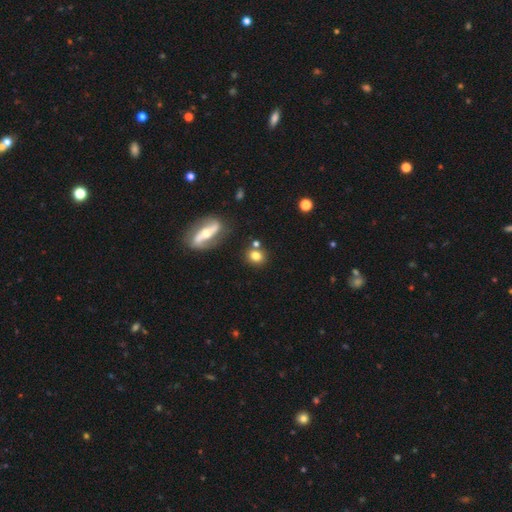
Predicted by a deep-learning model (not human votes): smooth 75%, featured or disk 15%, star or artifact 10%. Down the decision tree: how rounded — round (74%); merging — none (76%).